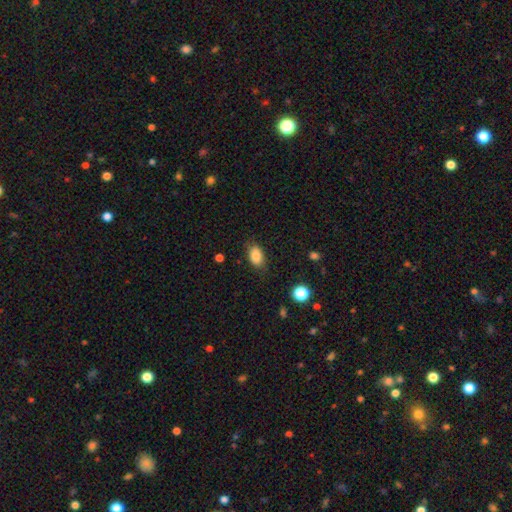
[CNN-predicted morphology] A smooth galaxy with no disk features (86%) that is in between round and cigar-shaped (89%).

Vote fractions:
- Smooth or featured? smooth: 86% / star or artifact: 8% / featured or disk: 6%
- How rounded? in between: 89% / round: 9% / cigar-shaped: 2%
- Merging? none: 79% / minor disturbance: 15% / major disturbance: 4% / merger: 1%